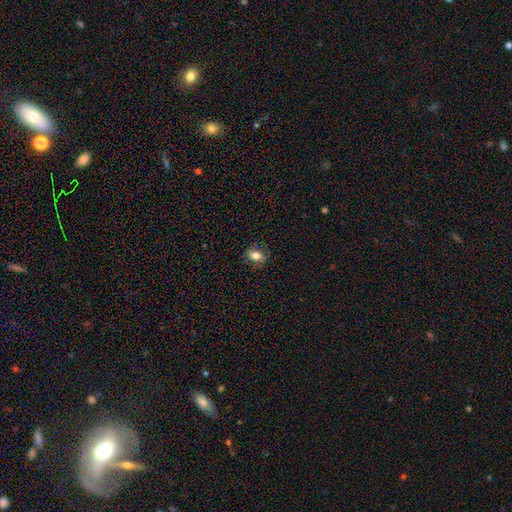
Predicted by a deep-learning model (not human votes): A smooth galaxy with no disk features (75%) that is in between round and cigar-shaped (71%). Merging: none (80%).